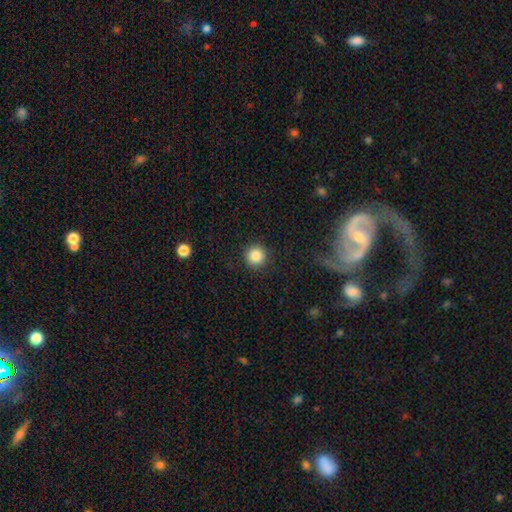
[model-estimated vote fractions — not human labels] Q: Smooth or featured?
A: smooth (86%); runner-up: star or artifact (10%)
Q: How rounded?
A: round (95%); runner-up: in between (4%)
Q: Merging?
A: none (92%); runner-up: minor disturbance (5%)